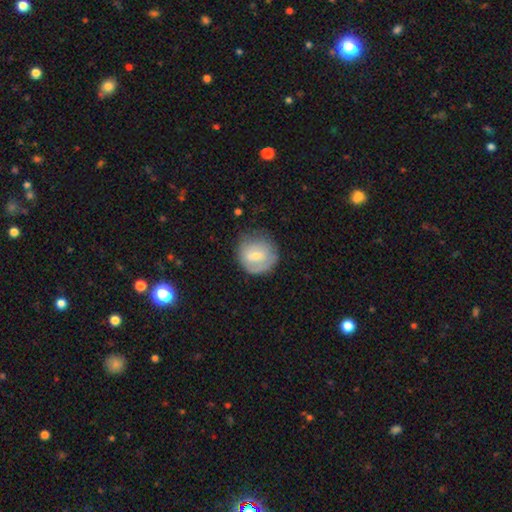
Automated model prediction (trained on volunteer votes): smooth-or-featured: smooth: 59% | featured or disk: 34% | star or artifact: 7%
  how-rounded: round: 88% | in between: 11% | cigar-shaped: 1%
  merging: none: 65% | minor disturbance: 24% | major disturbance: 9% | merger: 2%